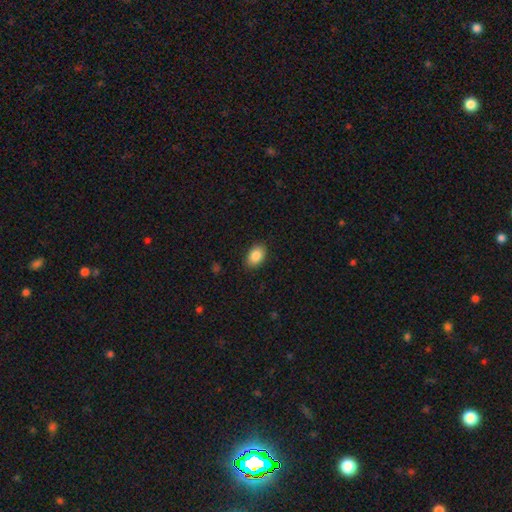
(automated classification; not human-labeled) A smooth galaxy with no disk features (87%) that is in between round and cigar-shaped (85%).

Vote fractions:
- Smooth or featured? smooth: 87% / star or artifact: 8% / featured or disk: 5%
- How rounded? in between: 85% / round: 14% / cigar-shaped: 1%
- Merging? none: 88% / minor disturbance: 9% / major disturbance: 2% / merger: 1%